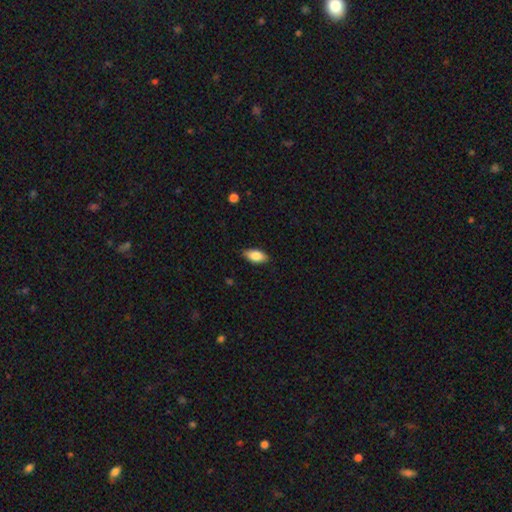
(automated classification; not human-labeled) A smooth galaxy with no disk features (84%) that is in between round and cigar-shaped (91%).

Vote fractions:
- Smooth or featured? smooth: 84% / featured or disk: 9% / star or artifact: 7%
- How rounded? in between: 91% / cigar-shaped: 6% / round: 3%
- Merging? none: 85% / minor disturbance: 12% / major disturbance: 2% / merger: 1%